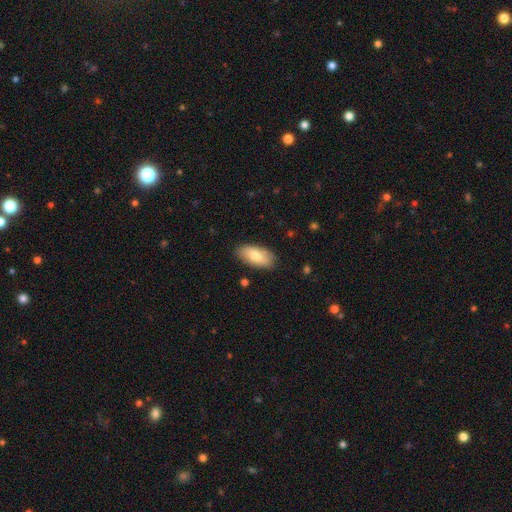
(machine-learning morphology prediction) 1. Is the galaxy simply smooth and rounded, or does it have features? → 75% smooth, 19% featured or disk, 6% star or artifact.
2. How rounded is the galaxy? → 90% in between, 7% cigar-shaped, 3% round.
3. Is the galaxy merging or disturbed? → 85% none, 12% minor disturbance, 2% major disturbance, 1% merger.